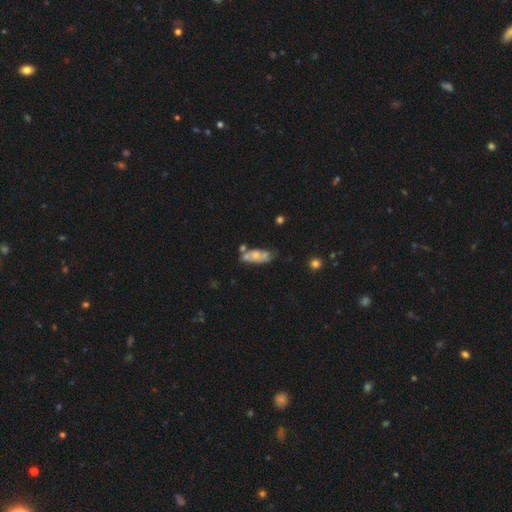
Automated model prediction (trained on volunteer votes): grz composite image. It shows a smooth galaxy with no disk features (49%). Merging: none (38%).